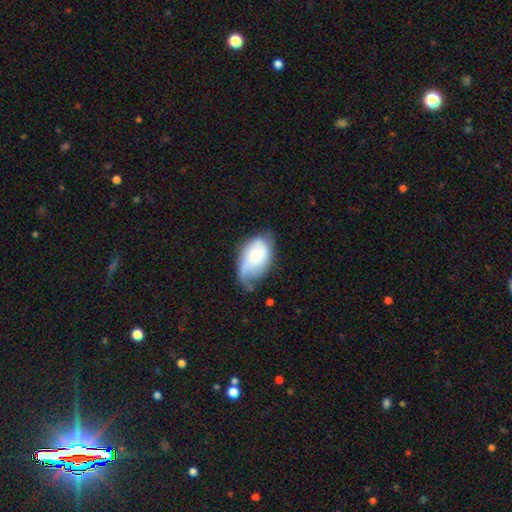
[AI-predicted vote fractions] smooth_or_featured: smooth (p=0.49) [alt: featured or disk p=0.45]
merging: minor disturbance (p=0.39) [alt: none p=0.32]